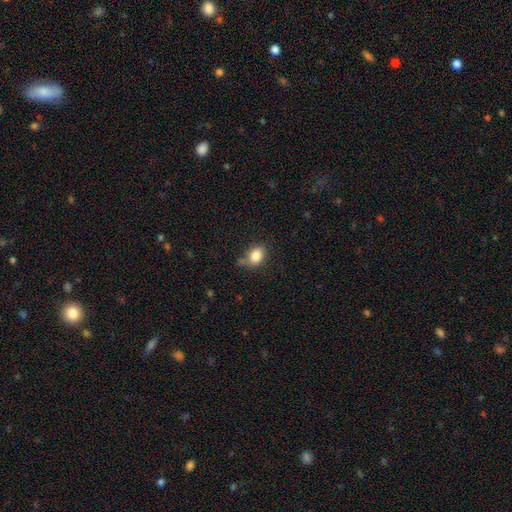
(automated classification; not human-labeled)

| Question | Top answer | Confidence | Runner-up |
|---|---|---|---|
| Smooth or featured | smooth | 84% | star or artifact (9%) |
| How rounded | in between | 65% | round (33%) |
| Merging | none | 64% | minor disturbance (22%) |